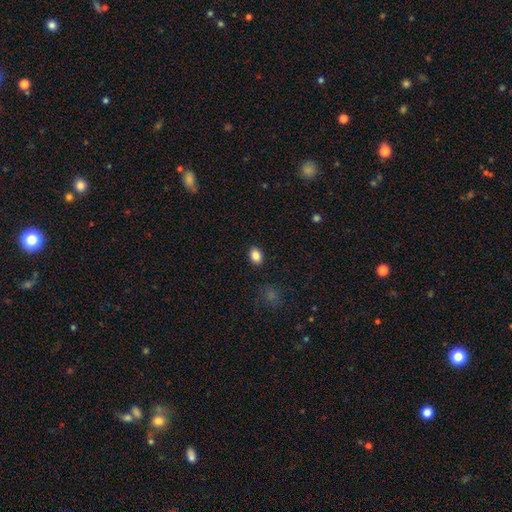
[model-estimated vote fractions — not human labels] This appears to be a smooth galaxy with no disk features (86%) that is in between round and cigar-shaped (73%). Merging: none (89%).